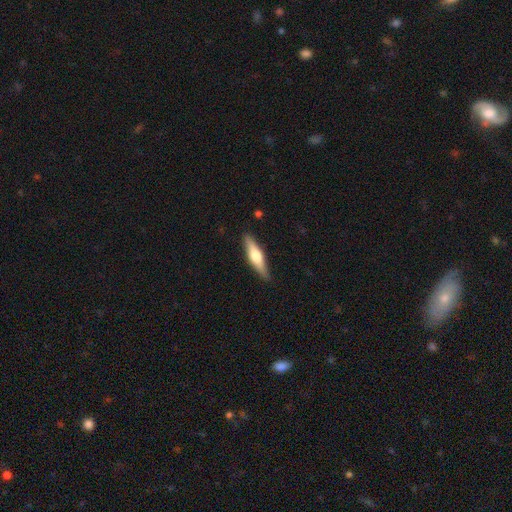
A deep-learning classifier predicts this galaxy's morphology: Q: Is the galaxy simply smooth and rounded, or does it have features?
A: smooth — 48%.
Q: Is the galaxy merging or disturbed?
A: none — 87%.